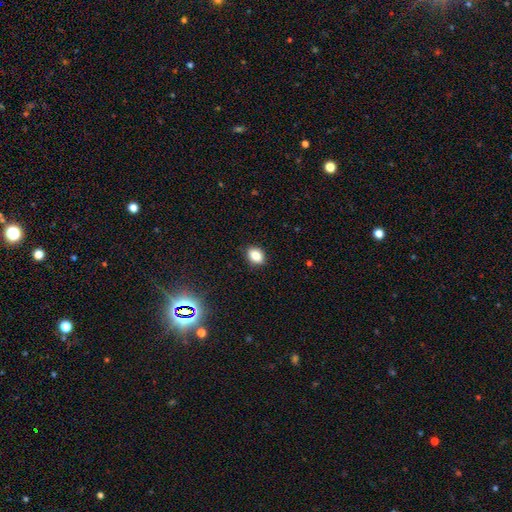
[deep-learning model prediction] Q: Smooth or featured?
A: smooth (84%); runner-up: star or artifact (10%)
Q: How rounded?
A: in between (73%); runner-up: round (26%)
Q: Merging?
A: none (87%); runner-up: minor disturbance (10%)